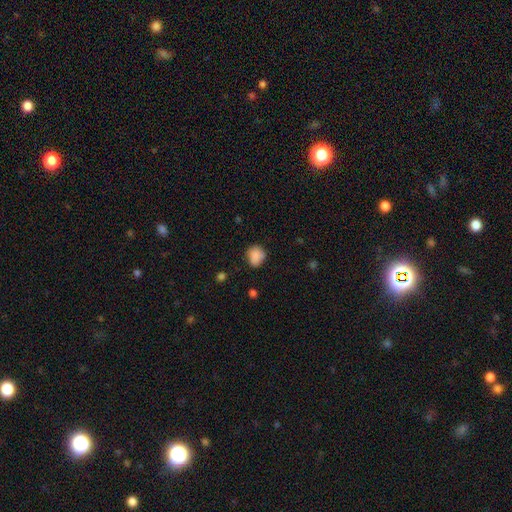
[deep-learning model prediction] Smooth or featured: smooth — 86% (star or artifact — 9%)
How rounded: round — 63% (in between — 36%)
Merging: none — 67% (minor disturbance — 25%)